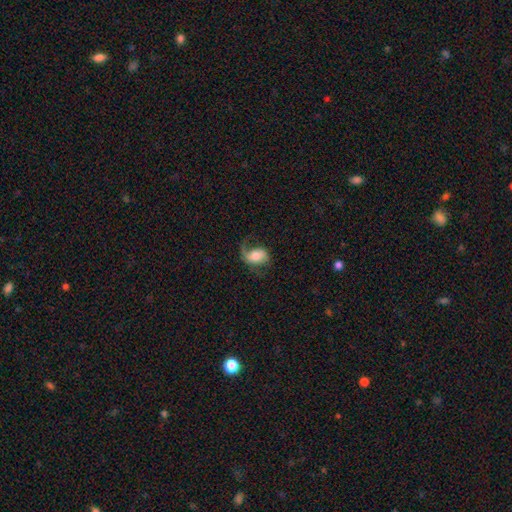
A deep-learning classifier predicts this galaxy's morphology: Smooth or featured? Predicted: featured or disk (p=0.53). Edge-on disk? Predicted: no (p=0.96). Bar? Predicted: no (p=0.53). Spiral arms? Predicted: yes (p=0.85). Bulge size? Predicted: moderate (p=0.52). Merging? Predicted: none (p=0.42).